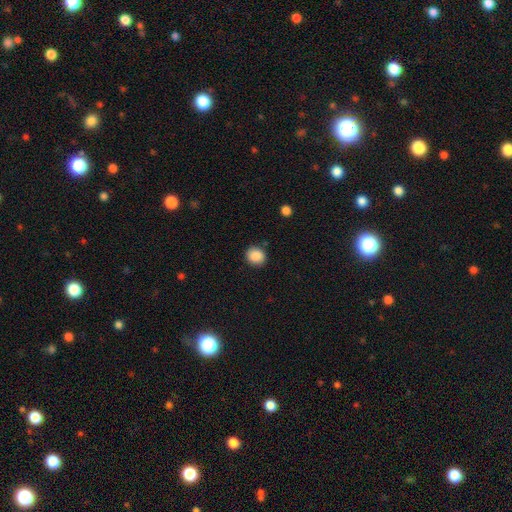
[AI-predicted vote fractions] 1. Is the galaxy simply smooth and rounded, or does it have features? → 88% smooth, 9% star or artifact, 3% featured or disk.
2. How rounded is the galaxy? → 82% round, 17% in between, 1% cigar-shaped.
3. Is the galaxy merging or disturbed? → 86% none, 10% minor disturbance, 3% major disturbance, 2% merger.